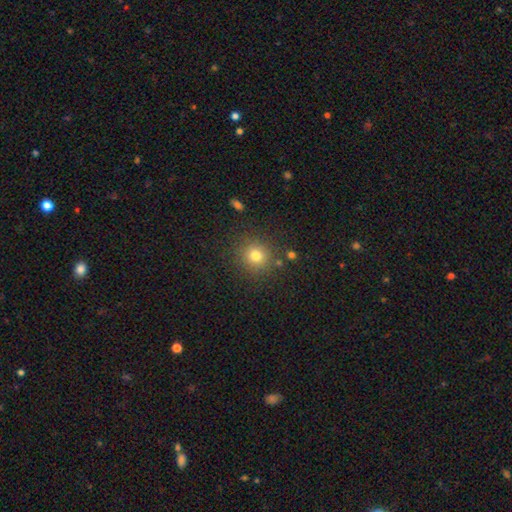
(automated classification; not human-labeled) smooth 77%, star or artifact 16%, featured or disk 8%. Down the decision tree: how rounded — round (92%); merging — none (85%).